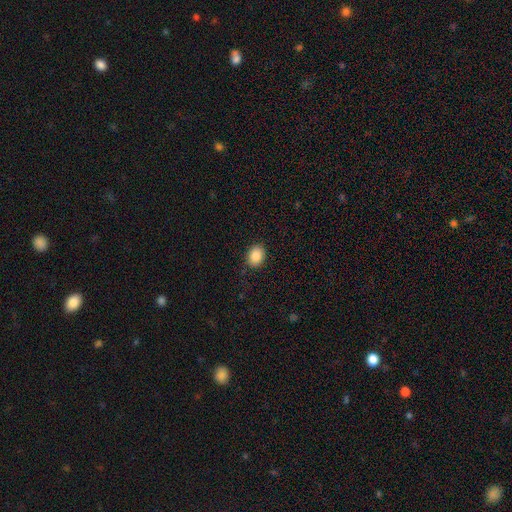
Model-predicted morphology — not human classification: Smooth or featured? smooth (87%)
How rounded? in between (58%)
Merging? none (86%)